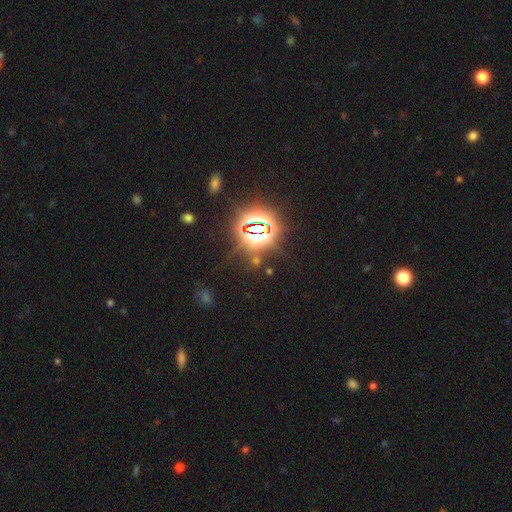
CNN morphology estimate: Smooth or featured: star or artifact — 79% (smooth — 13%)